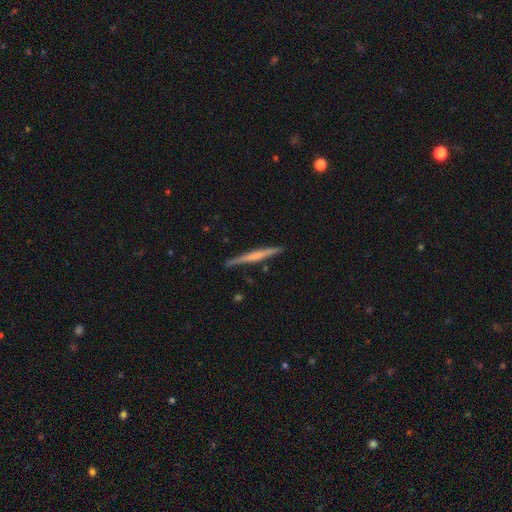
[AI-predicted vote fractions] Morphology: type=featured or disk (55%); edge-on=yes (98%); edge-on bulge=none (49%); merging=none (88%).